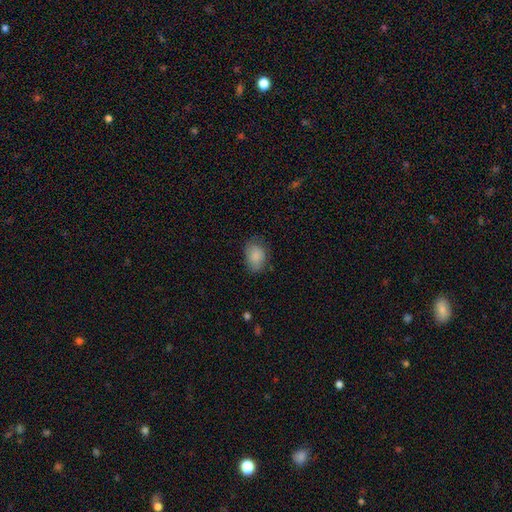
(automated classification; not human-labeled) Morphology: type=smooth (85%); roundness=in between (75%); merging=none (67%).